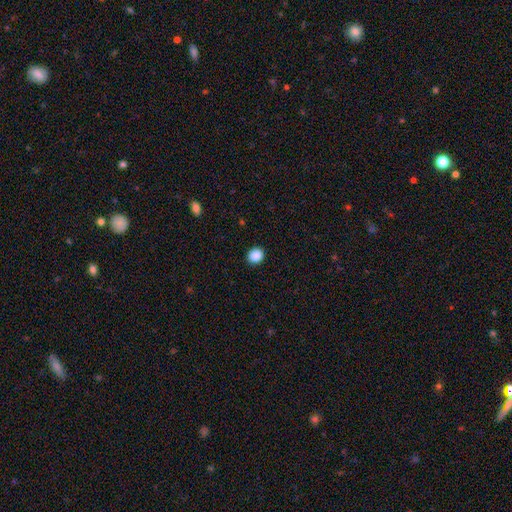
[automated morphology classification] Q: Smooth or featured?
A: smooth (88%); runner-up: star or artifact (9%)
Q: How rounded?
A: round (74%); runner-up: in between (25%)
Q: Merging?
A: none (92%); runner-up: minor disturbance (6%)